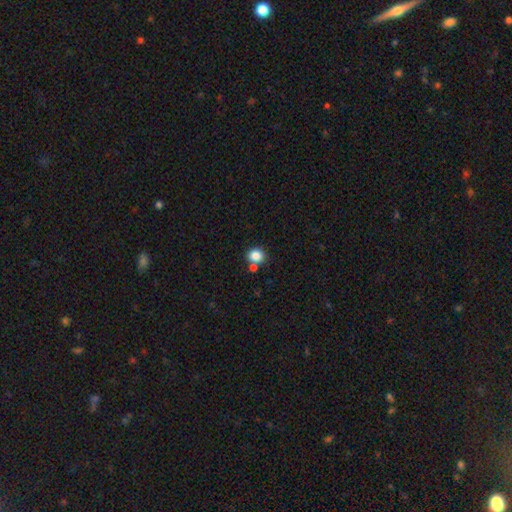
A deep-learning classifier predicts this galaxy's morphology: Smooth or featured: smooth — 84% (star or artifact — 11%)
How rounded: round — 81% (in between — 18%)
Merging: none — 69% (merger — 19%)